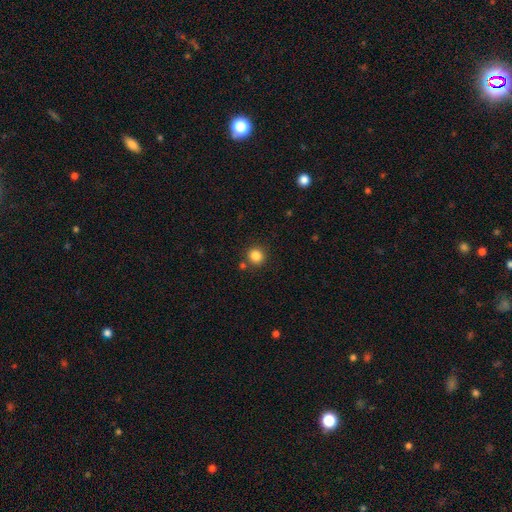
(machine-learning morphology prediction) smooth_or_featured: smooth (p=0.85) [alt: star or artifact p=0.11]
how_rounded: round (p=0.89) [alt: in between p=0.10]
merging: none (p=0.84) [alt: minor disturbance p=0.08]